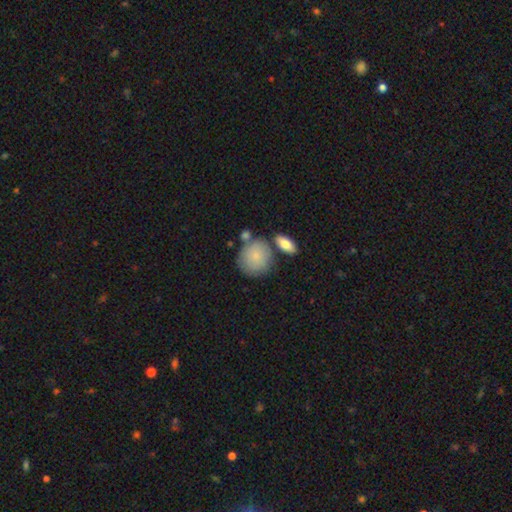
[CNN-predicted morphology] This is clearly a smooth galaxy (80%). How rounded: likely round (78%). Merging: likely none (62%).